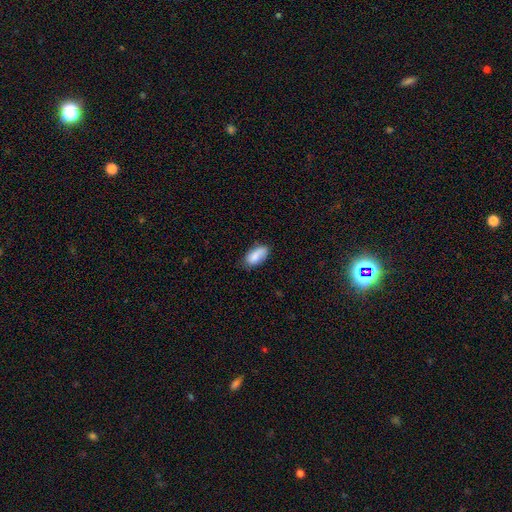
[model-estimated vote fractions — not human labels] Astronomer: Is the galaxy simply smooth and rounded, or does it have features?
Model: smooth — 84%.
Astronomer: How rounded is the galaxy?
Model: in between — 92%.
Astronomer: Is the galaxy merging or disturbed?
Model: none — 69%.